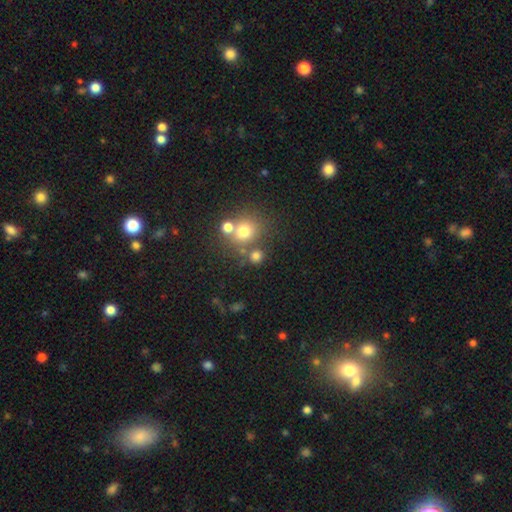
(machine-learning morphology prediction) Overall: smooth (72%). How rounded: round (84%). Merging: none (62%; merger 24%).